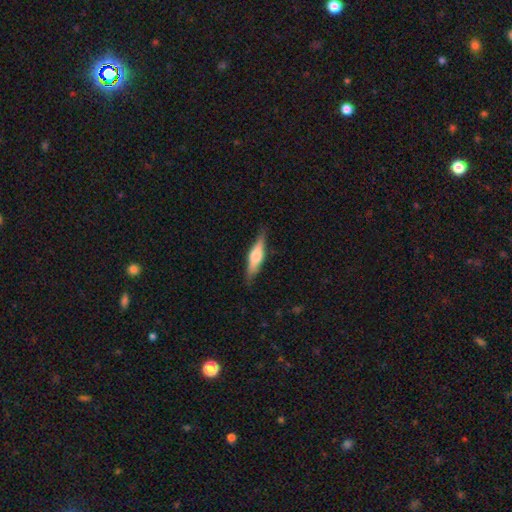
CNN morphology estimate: A featured or disk galaxy (48%).

Vote fractions:
- Smooth or featured? featured or disk: 48% / smooth: 46% / star or artifact: 6%
- Merging? none: 85% / minor disturbance: 11% / major disturbance: 2% / merger: 1%